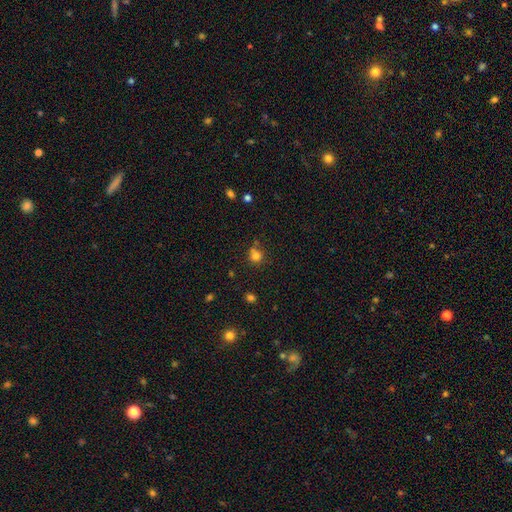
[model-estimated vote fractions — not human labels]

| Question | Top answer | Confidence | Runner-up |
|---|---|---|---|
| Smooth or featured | smooth | 77% | star or artifact (15%) |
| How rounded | round | 86% | in between (13%) |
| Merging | none | 62% | merger (17%) |